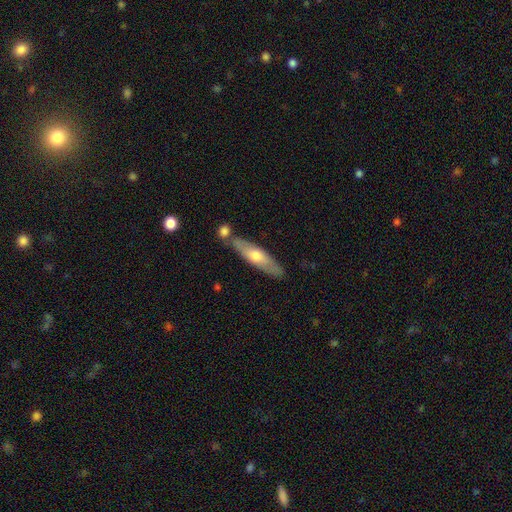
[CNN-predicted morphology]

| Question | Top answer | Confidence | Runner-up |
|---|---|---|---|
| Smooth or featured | smooth | 49% | featured or disk (46%) |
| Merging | none | 71% | minor disturbance (14%) |